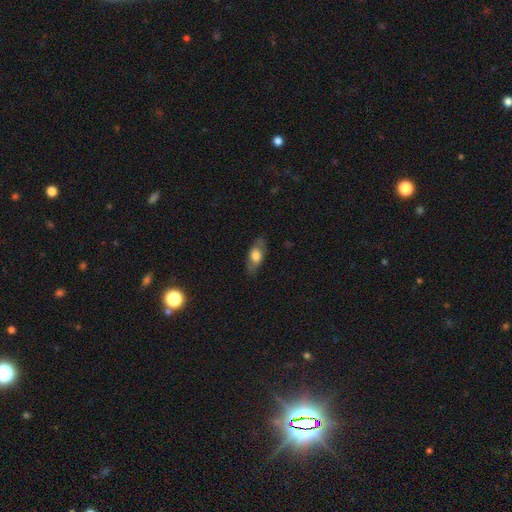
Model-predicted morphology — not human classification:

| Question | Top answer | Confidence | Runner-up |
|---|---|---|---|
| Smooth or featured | smooth | 61% | featured or disk (32%) |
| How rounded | in between | 82% | cigar-shaped (13%) |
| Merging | none | 80% | minor disturbance (15%) |